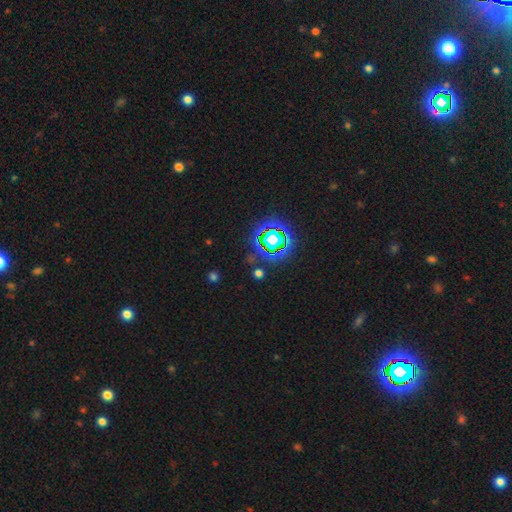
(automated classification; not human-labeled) The model was most divided on "smooth or featured": star or artifact: 80%, smooth: 13%, featured or disk: 7%.